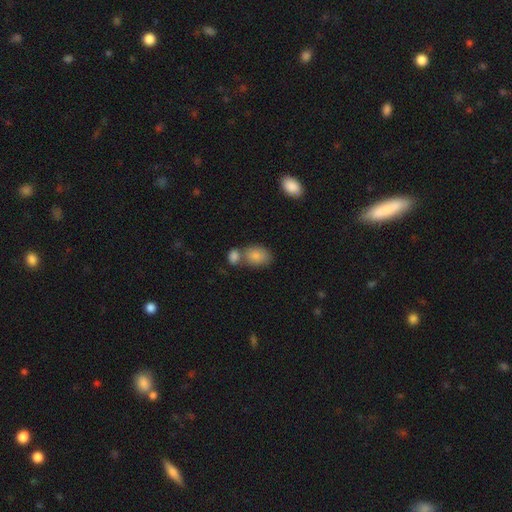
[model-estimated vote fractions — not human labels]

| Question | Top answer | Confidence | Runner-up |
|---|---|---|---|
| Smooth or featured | smooth | 85% | featured or disk (8%) |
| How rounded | in between | 82% | round (17%) |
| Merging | none | 44% | merger (38%) |